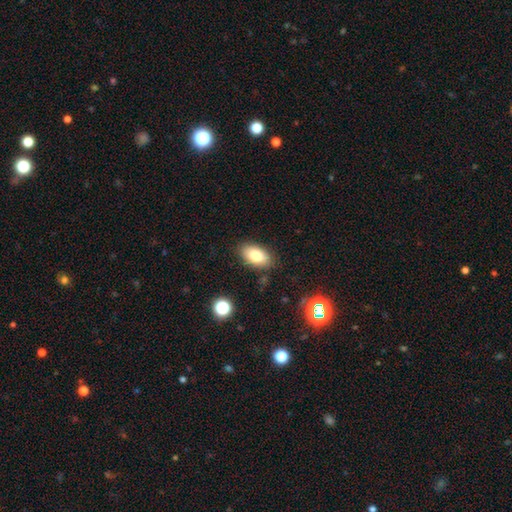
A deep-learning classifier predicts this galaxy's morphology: Smooth or featured? Predicted: smooth (p=0.81). How rounded? Predicted: in between (p=0.92). Merging? Predicted: none (p=0.85).